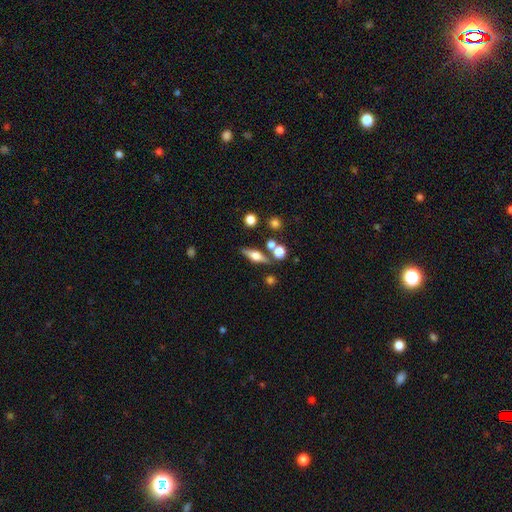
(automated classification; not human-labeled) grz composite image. It shows a featured or disk galaxy (53%) viewed edge-on (91%). Merging: none (74%).